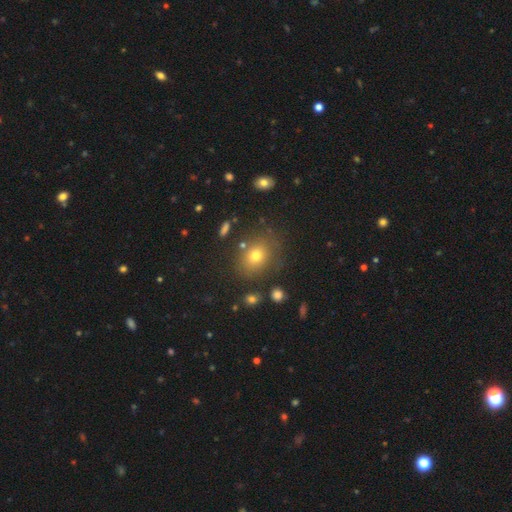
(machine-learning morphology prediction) Smooth or featured? Predicted: smooth (p=0.72). How rounded? Predicted: round (p=0.51). Merging? Predicted: none (p=0.79).